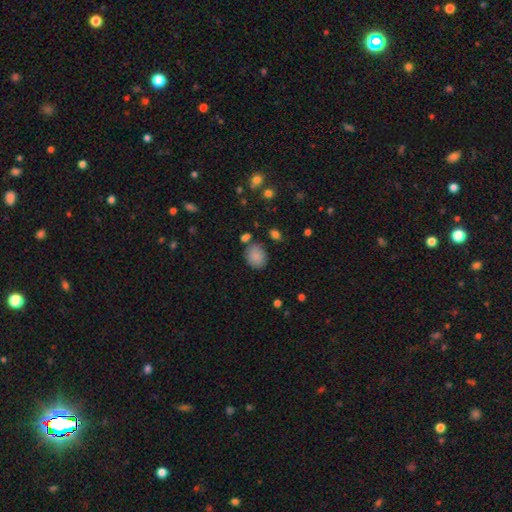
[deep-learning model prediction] A smooth galaxy with no disk features (86%) that is round (62%).

Vote fractions:
- Smooth or featured? smooth: 86% / star or artifact: 9% / featured or disk: 5%
- How rounded? round: 62% / in between: 37% / cigar-shaped: 1%
- Merging? none: 75% / minor disturbance: 15% / merger: 7% / major disturbance: 4%